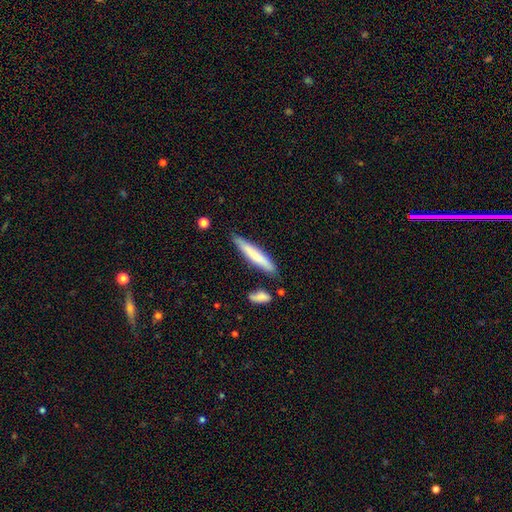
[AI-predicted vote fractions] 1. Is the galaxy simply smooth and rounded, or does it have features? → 71% smooth, 24% featured or disk, 5% star or artifact.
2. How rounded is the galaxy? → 92% cigar-shaped, 7% in between, 1% round.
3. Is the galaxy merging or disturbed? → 79% none, 13% minor disturbance, 6% merger, 2% major disturbance.